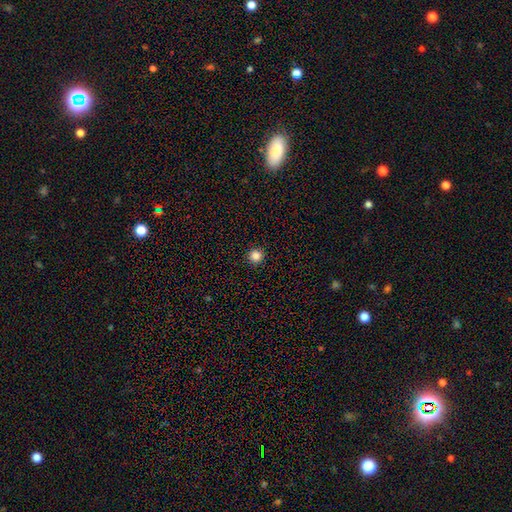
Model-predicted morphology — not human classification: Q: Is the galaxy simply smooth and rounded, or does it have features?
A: smooth — 85%.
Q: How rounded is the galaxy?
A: round — 96%.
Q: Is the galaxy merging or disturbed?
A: none — 94%.